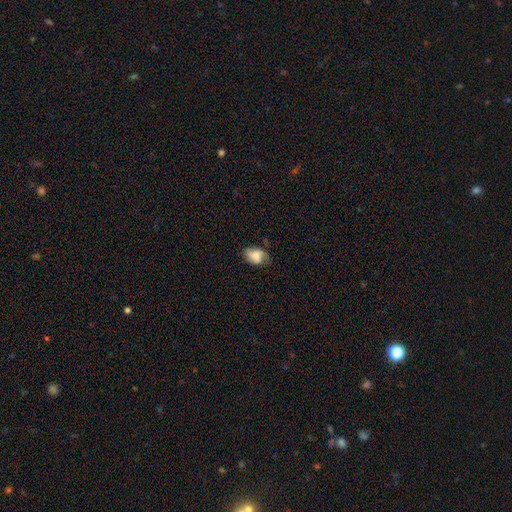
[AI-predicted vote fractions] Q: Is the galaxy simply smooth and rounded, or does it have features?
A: smooth — 65%.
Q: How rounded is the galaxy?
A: in between — 82%.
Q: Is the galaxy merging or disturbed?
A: none — 56%.